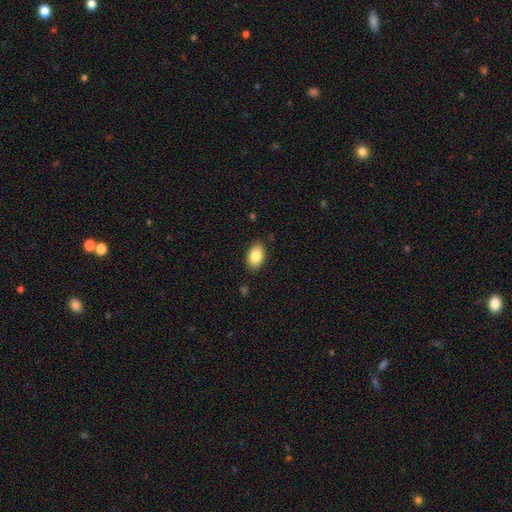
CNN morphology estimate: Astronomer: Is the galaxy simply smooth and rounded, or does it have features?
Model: smooth — 85%.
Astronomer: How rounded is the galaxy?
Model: in between — 92%.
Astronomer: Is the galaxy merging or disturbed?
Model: none — 86%.